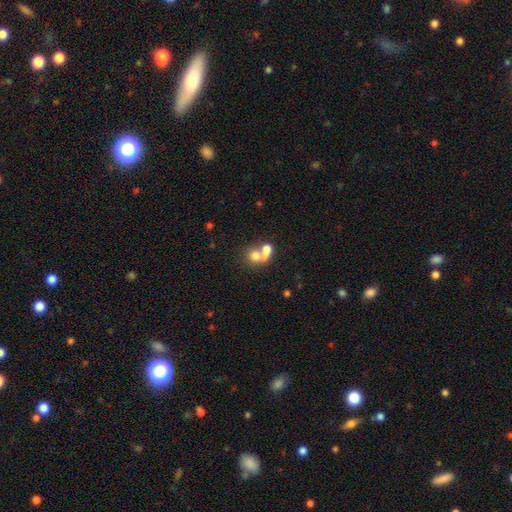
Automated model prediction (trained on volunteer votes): A smooth galaxy with no disk features (69%) that is round (59%). Merging: merger (63%).